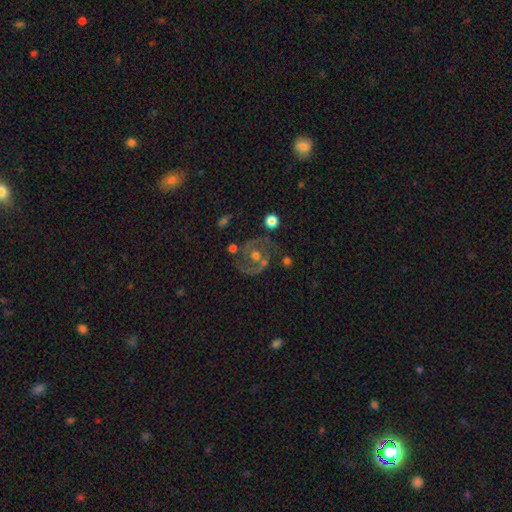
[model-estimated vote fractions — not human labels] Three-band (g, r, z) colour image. It shows a featured or disk galaxy (72%) with no bar (73%), 2 (75%) medium (47%) spiral arms (75%) and a moderate central bulge (69%). Merging: none (61%).